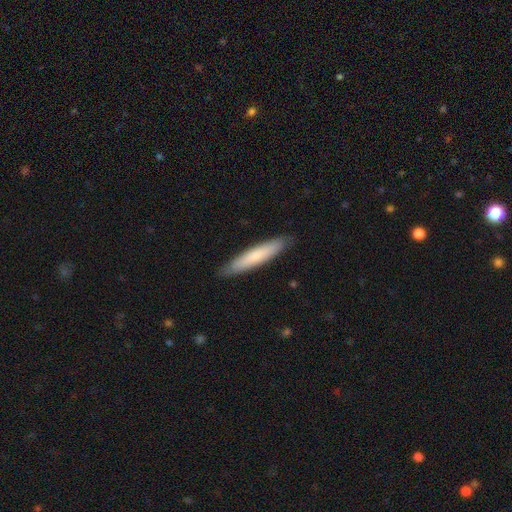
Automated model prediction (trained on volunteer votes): This is likely a smooth galaxy (71%). How rounded: clearly cigar-shaped (89%). Merging: clearly none (89%).